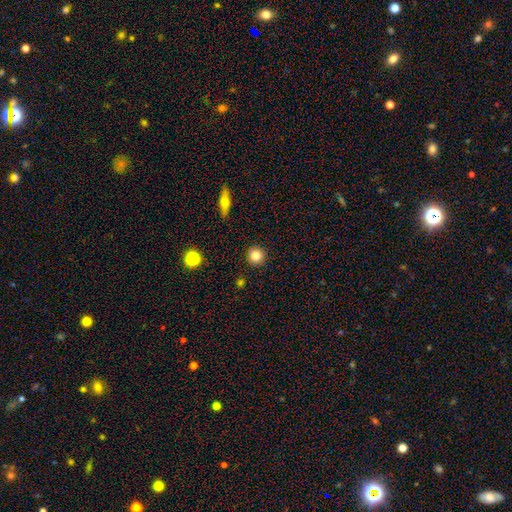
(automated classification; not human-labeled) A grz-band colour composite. It shows a smooth galaxy with no disk features (82%) that is round (94%). Merging: none (91%).